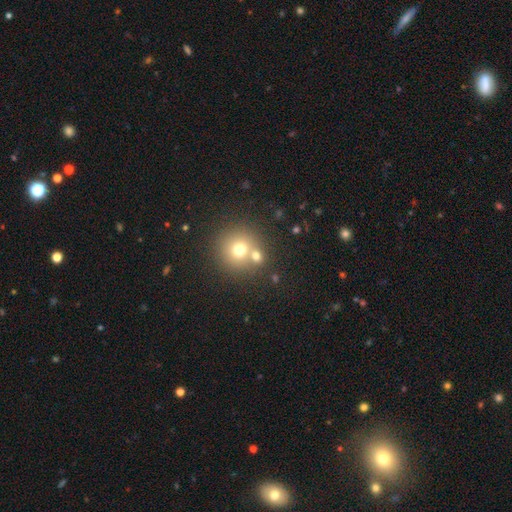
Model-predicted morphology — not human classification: A smooth galaxy with no disk features (71%) that is round (89%). Merging: none (54%).